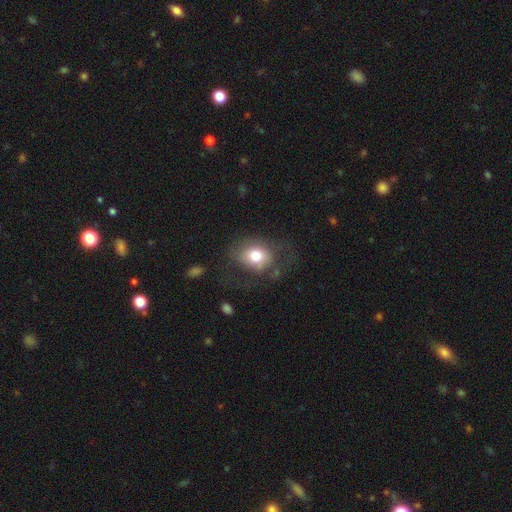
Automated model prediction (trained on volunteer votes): Overall: smooth (72%). How rounded: round (54%; in between 45%). Merging: none (55%; major disturbance 22%).